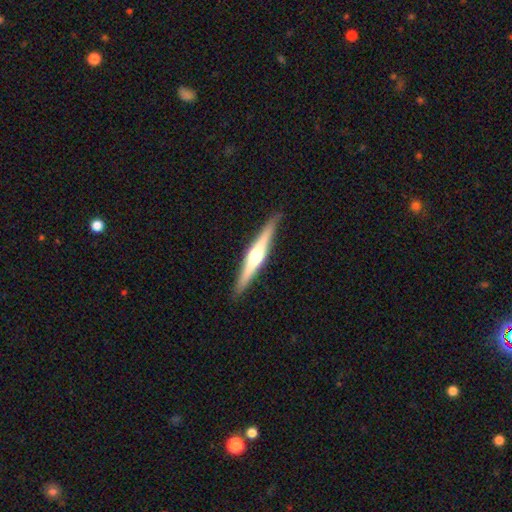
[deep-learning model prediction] Morphology: type=featured or disk (73%); edge-on=yes (98%); edge-on bulge=rounded (89%); merging=none (90%).